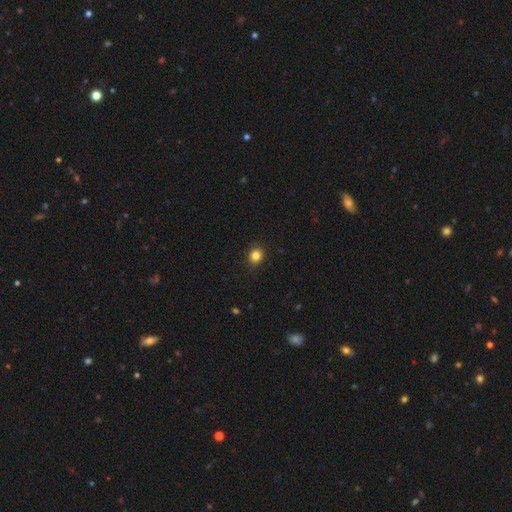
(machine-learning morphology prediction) A smooth galaxy with no disk features (84%) that is round (76%).

Vote fractions:
- Smooth or featured? smooth: 84% / star or artifact: 12% / featured or disk: 4%
- How rounded? round: 76% / in between: 23% / cigar-shaped: 1%
- Merging? none: 91% / minor disturbance: 7% / major disturbance: 2% / merger: 1%